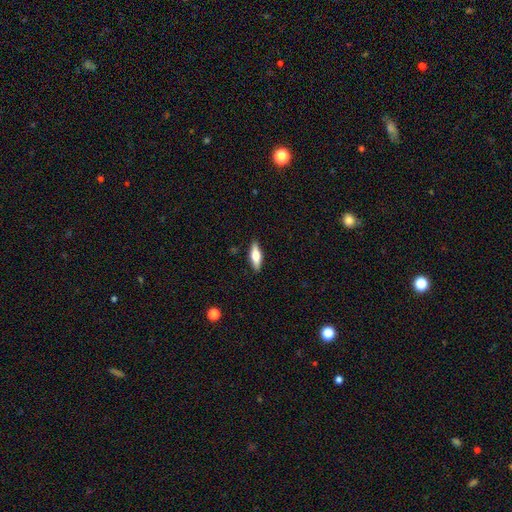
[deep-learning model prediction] Q: Smooth or featured?
A: smooth (57%); runner-up: featured or disk (37%)
Q: How rounded?
A: in between (52%); runner-up: cigar-shaped (46%)
Q: Merging?
A: none (89%); runner-up: minor disturbance (8%)